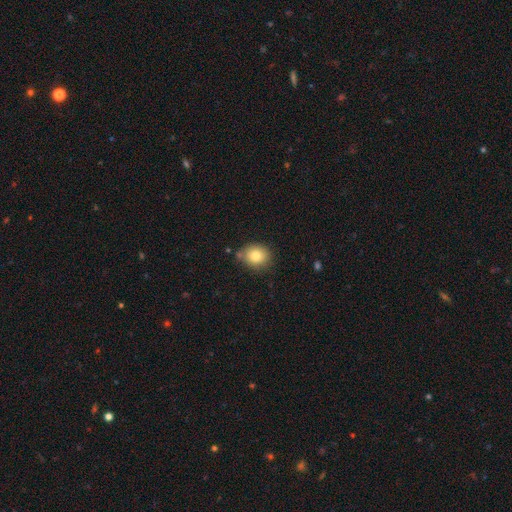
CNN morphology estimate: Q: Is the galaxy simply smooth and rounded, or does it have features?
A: smooth — 81%.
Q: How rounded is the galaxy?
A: round — 66%.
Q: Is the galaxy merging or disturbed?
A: none — 73%.